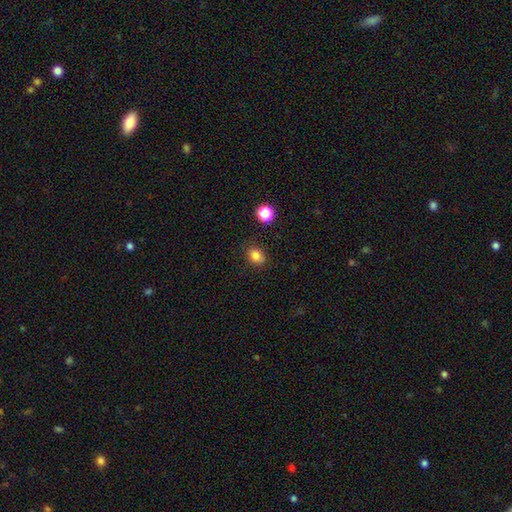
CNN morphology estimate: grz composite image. It shows a smooth galaxy with no disk features (83%) that is in between round and cigar-shaped (61%). Merging: none (83%).